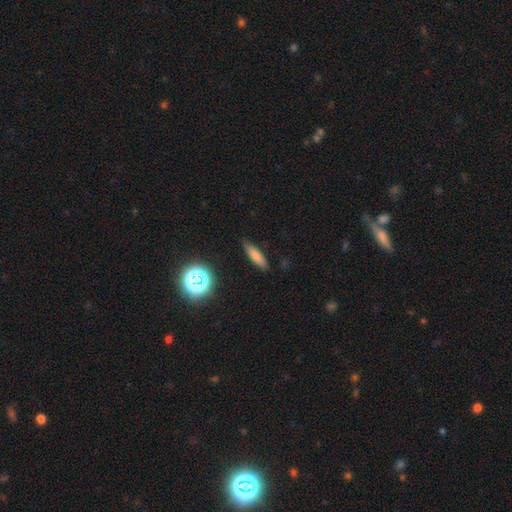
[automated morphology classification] The model was most divided on "how rounded": cigar-shaped: 59%, in between: 38%, round: 3%. More confident: merging — none (85%); smooth or featured — smooth (74%).